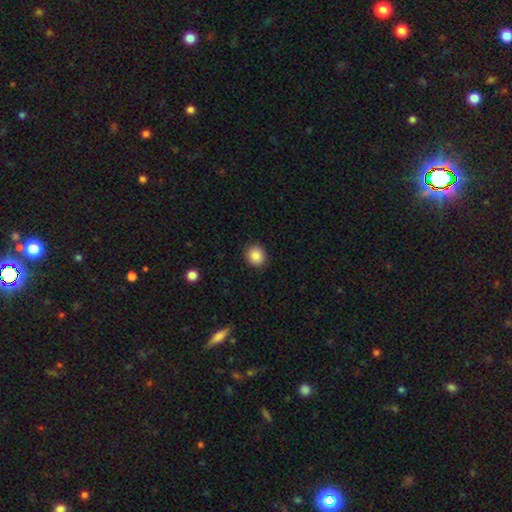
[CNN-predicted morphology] A smooth galaxy with no disk features (86%) that is round (86%).

Vote fractions:
- Smooth or featured? smooth: 86% / star or artifact: 9% / featured or disk: 5%
- How rounded? round: 86% / in between: 13% / cigar-shaped: 1%
- Merging? none: 91% / minor disturbance: 6% / major disturbance: 2% / merger: 1%